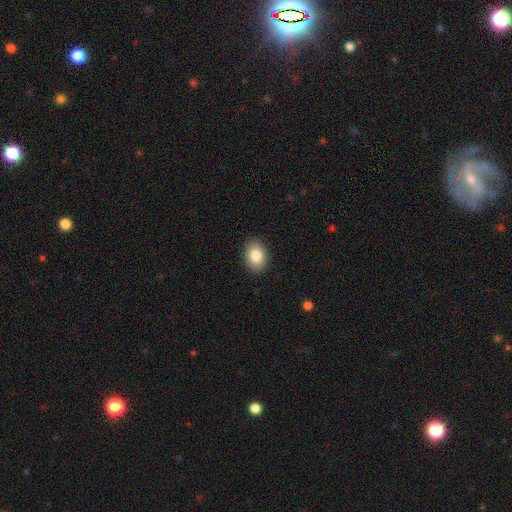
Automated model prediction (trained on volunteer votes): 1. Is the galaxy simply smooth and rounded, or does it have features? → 86% smooth, 7% star or artifact, 7% featured or disk.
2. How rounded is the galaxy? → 76% in between, 23% round, 1% cigar-shaped.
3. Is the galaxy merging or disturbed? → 88% none, 9% minor disturbance, 2% major disturbance, 1% merger.